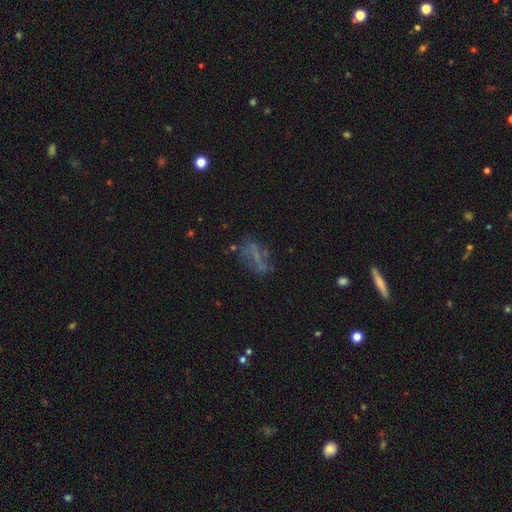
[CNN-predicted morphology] featured or disk 46%, smooth 32%, star or artifact 22%. Down the decision tree: merging — none (54%).